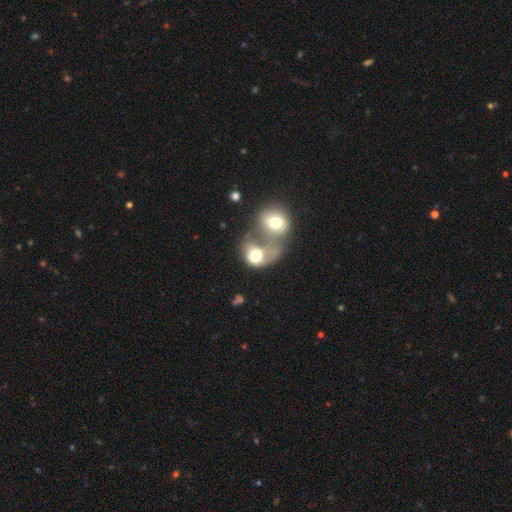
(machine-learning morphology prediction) Smooth or featured? Predicted: smooth (p=0.65). How rounded? Predicted: in between (p=0.51). Merging? Predicted: merger (p=0.75).